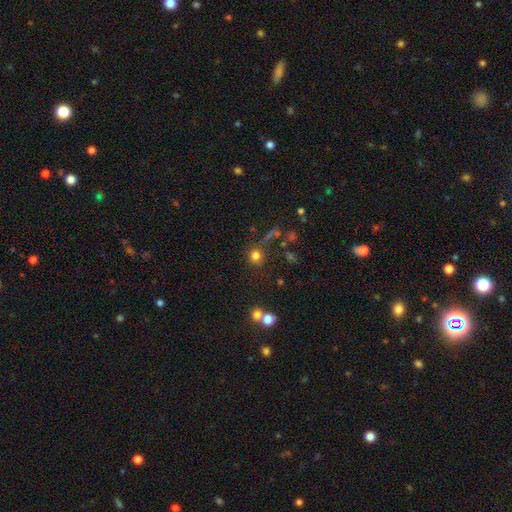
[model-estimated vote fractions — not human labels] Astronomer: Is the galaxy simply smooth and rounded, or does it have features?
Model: smooth — 78%.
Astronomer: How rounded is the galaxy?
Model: round — 90%.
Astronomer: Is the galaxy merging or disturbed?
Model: none — 72%.